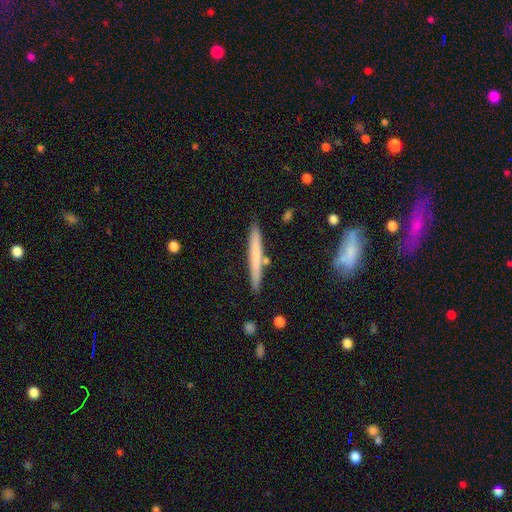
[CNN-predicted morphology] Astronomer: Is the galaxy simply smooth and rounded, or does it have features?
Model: smooth — 62%.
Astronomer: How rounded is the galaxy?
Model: cigar-shaped — 96%.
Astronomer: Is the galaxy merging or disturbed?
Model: none — 86%.